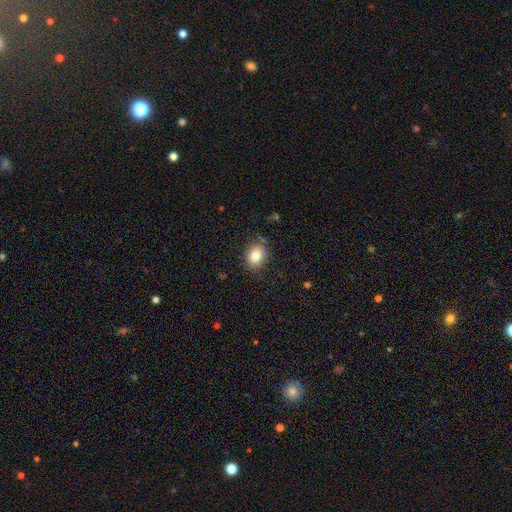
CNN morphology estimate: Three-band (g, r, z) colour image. It shows a smooth galaxy with no disk features (83%) that is in between round and cigar-shaped (62%). Merging: none (83%).